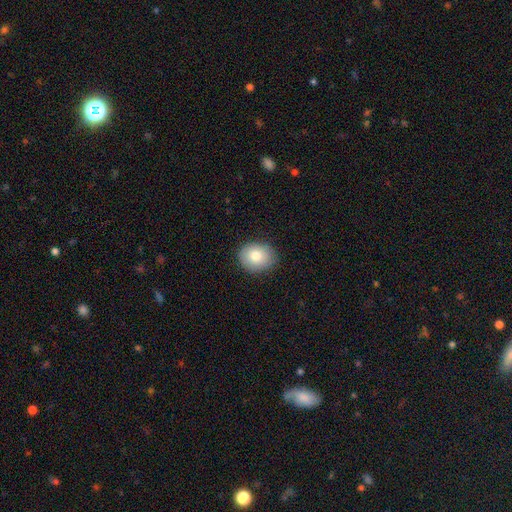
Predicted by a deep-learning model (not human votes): This appears to be a smooth galaxy with no disk features (80%) that is round (62%). Merging: none (86%).